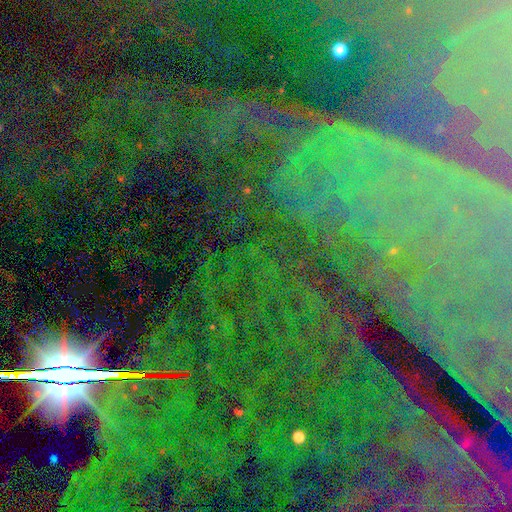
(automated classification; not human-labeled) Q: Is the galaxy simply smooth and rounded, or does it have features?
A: star or artifact — 82%.